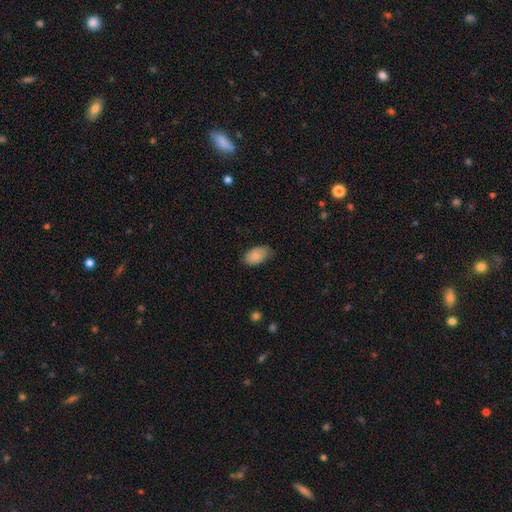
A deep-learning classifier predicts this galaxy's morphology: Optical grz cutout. It shows a smooth galaxy with no disk features (84%) that is in between round and cigar-shaped (93%). Merging: none (67%).